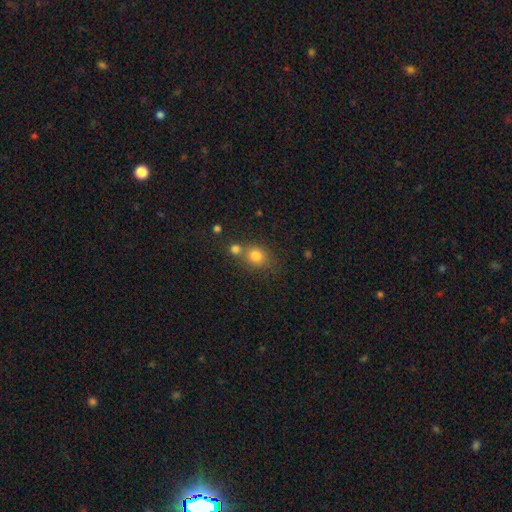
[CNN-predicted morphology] smooth_or_featured: smooth (p=0.79) [alt: star or artifact p=0.13]
how_rounded: round (p=0.71) [alt: in between p=0.28]
merging: none (p=0.50) [alt: merger p=0.35]